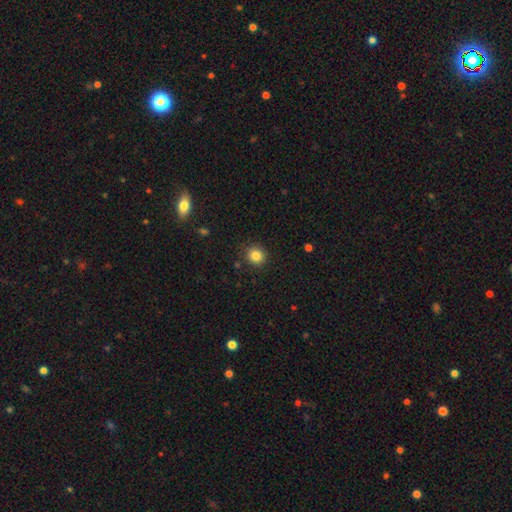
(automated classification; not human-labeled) smooth-or-featured: smooth: 83% | star or artifact: 11% | featured or disk: 5%
  how-rounded: round: 87% | in between: 12% | cigar-shaped: 1%
  merging: none: 89% | minor disturbance: 7% | major disturbance: 2% | merger: 1%